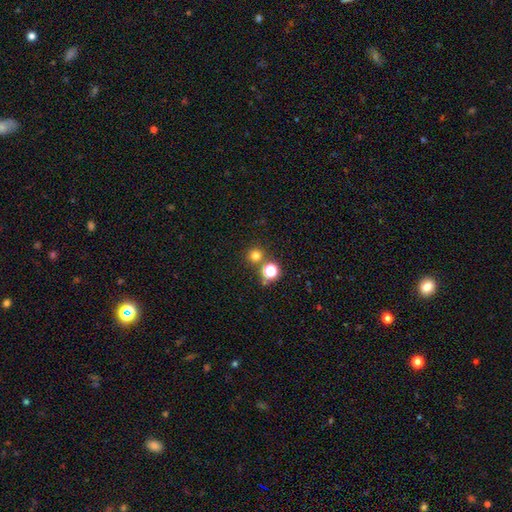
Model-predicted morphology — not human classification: The model was most divided on "smooth or featured": smooth: 73%, star or artifact: 21%, featured or disk: 6%. More confident: how rounded — round (94%); merging — none (78%).